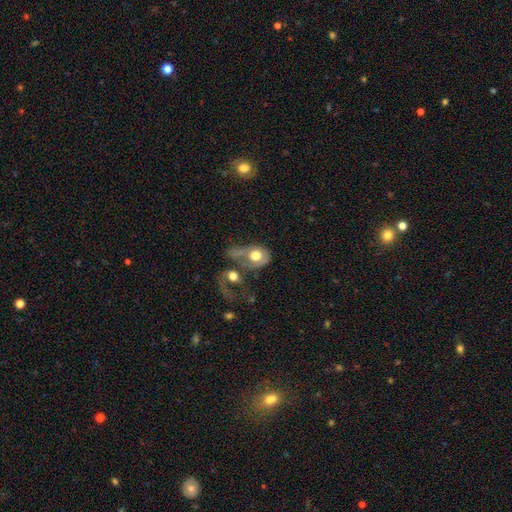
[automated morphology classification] Overall: smooth (54%; featured or disk 38%). How rounded: in between (57%; round 41%). Merging: merger (42%; major disturbance 31%).